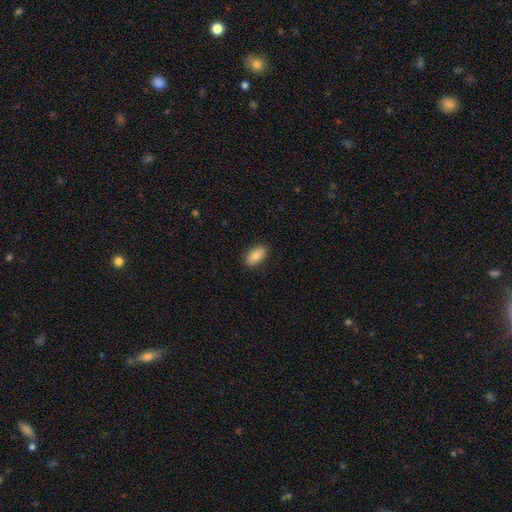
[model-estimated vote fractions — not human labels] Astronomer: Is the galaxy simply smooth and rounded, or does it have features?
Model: smooth — 84%.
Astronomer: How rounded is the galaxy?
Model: in between — 92%.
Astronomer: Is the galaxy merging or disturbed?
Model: none — 88%.